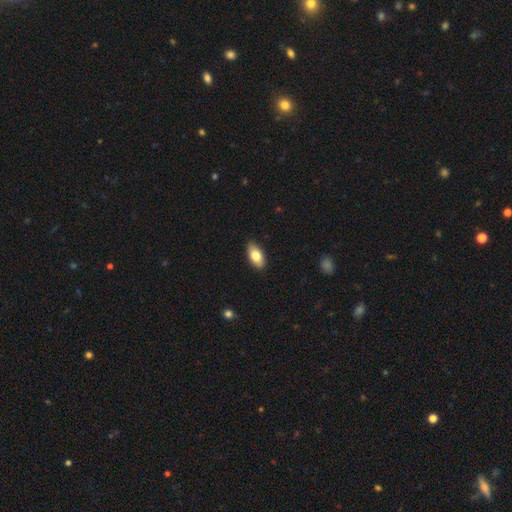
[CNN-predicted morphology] A smooth galaxy with no disk features (79%) that is in between round and cigar-shaped (91%). Merging: none (88%).